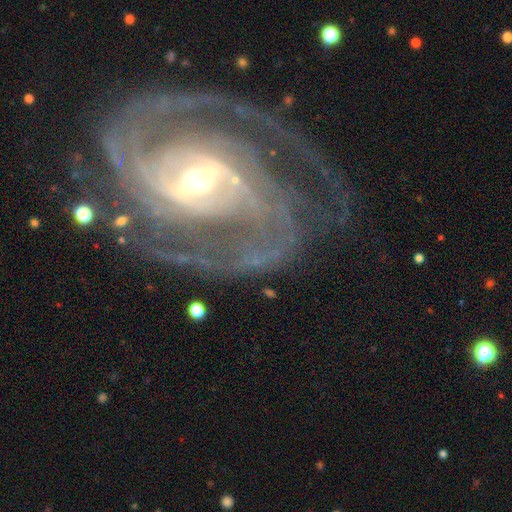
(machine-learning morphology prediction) Q: Smooth or featured?
A: featured or disk (91%); runner-up: star or artifact (5%)
Q: Edge-on disk?
A: no (97%); runner-up: yes (3%)
Q: Bar?
A: strong (51%); runner-up: weak (35%)
Q: Spiral arms?
A: yes (97%); runner-up: no (3%)
Q: Spiral winding?
A: tight (46%); runner-up: medium (42%)
Q: Spiral arm count?
A: 2 (47%); runner-up: 3 (17%)
Q: Bulge size?
A: moderate (51%); runner-up: small (41%)
Q: Merging?
A: none (64%); runner-up: major disturbance (17%)